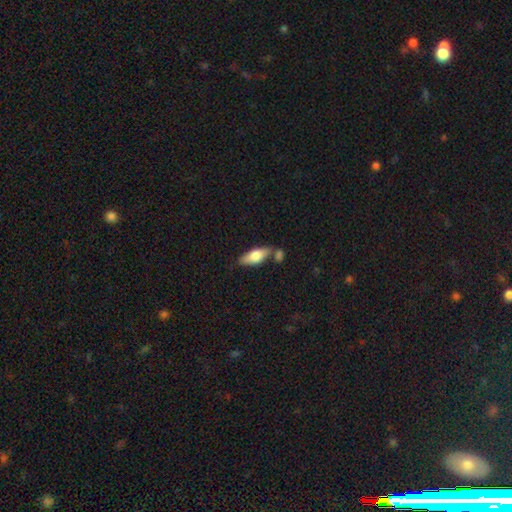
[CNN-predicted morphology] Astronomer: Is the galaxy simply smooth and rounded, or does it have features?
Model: smooth — 65%.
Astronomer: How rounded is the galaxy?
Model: in between — 71%.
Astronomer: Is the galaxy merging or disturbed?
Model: none — 62%.